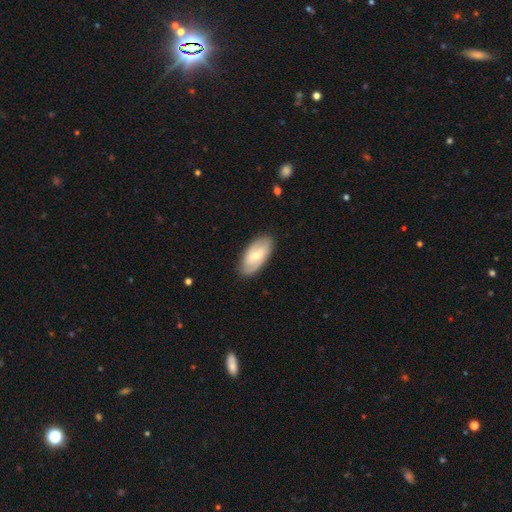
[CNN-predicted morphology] smooth-or-featured: smooth: 53% | featured or disk: 41% | star or artifact: 6%
  how-rounded: in between: 92% | cigar-shaped: 5% | round: 3%
  merging: none: 84% | minor disturbance: 12% | major disturbance: 3% | merger: 1%